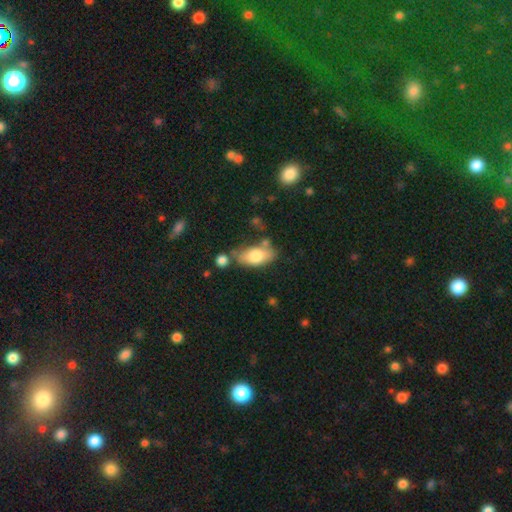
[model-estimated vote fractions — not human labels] smooth-or-featured: smooth: 74% | featured or disk: 19% | star or artifact: 7%
  how-rounded: in between: 88% | cigar-shaped: 8% | round: 4%
  merging: none: 61% | minor disturbance: 20% | merger: 13% | major disturbance: 6%